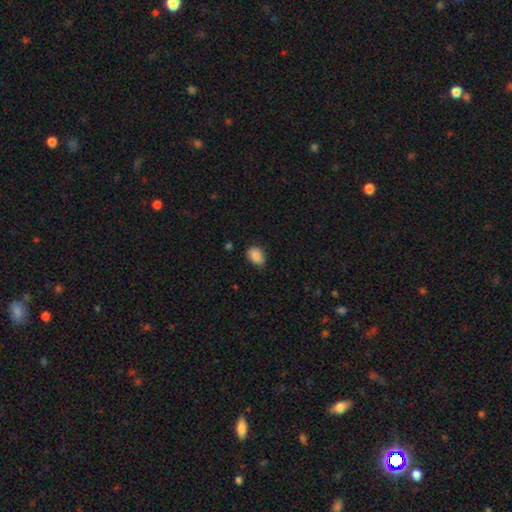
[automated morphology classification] Smooth or featured: smooth — 85% (star or artifact — 9%)
How rounded: in between — 72% (round — 27%)
Merging: none — 67% (minor disturbance — 28%)